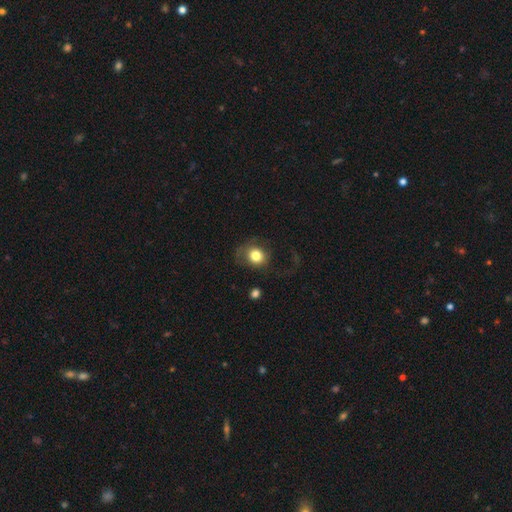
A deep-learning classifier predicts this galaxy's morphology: smooth_or_featured: smooth (p=0.78) [alt: featured or disk p=0.13]
how_rounded: round (p=0.77) [alt: in between p=0.22]
merging: none (p=0.56) [alt: major disturbance p=0.23]